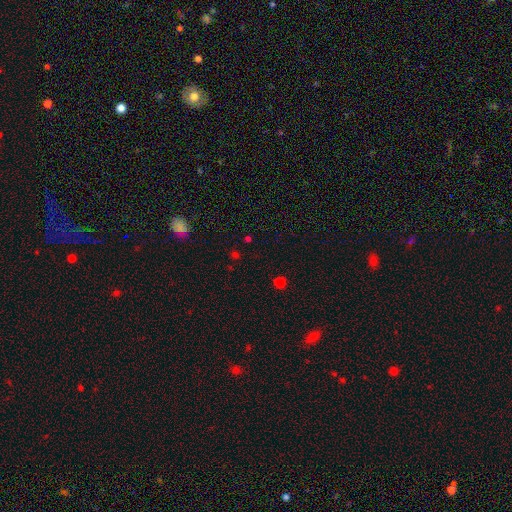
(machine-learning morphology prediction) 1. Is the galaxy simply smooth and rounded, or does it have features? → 48% star or artifact, 46% smooth, 6% featured or disk.